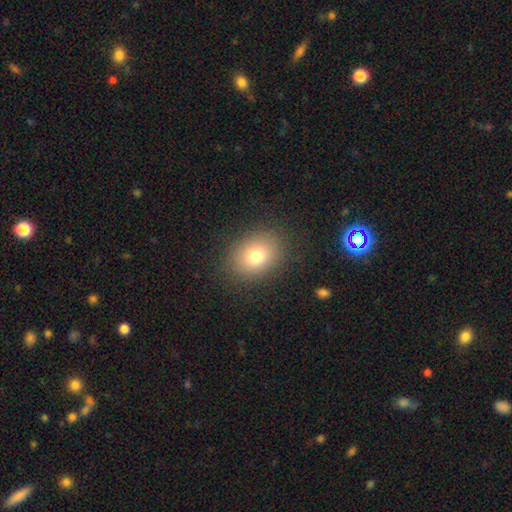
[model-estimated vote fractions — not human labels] Overall: smooth (77%). How rounded: in between (55%; round 44%). Merging: none (86%).